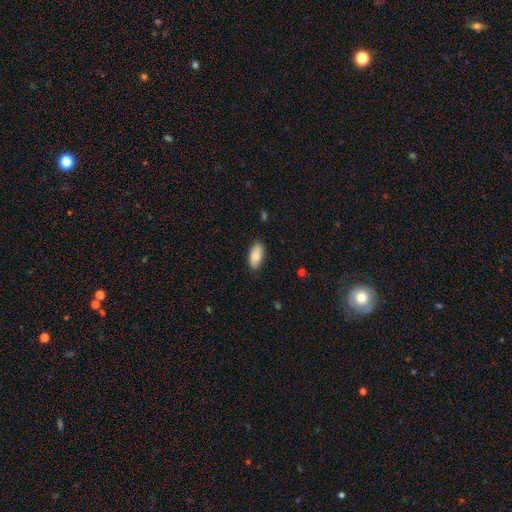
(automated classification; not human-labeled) Smooth or featured? Predicted: smooth (p=0.82). How rounded? Predicted: in between (p=0.90). Merging? Predicted: none (p=0.82).